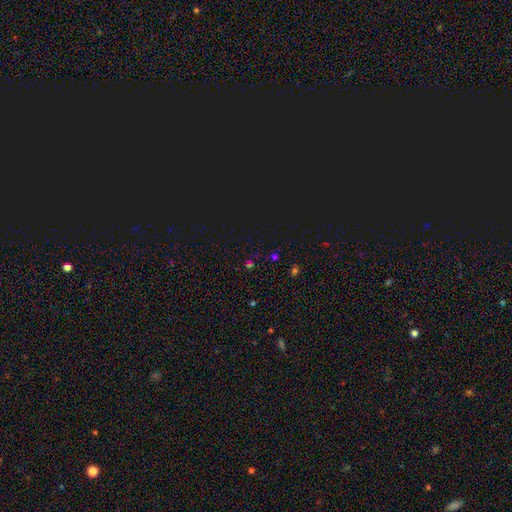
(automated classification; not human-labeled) Smooth or featured? Predicted: star or artifact (p=0.62).